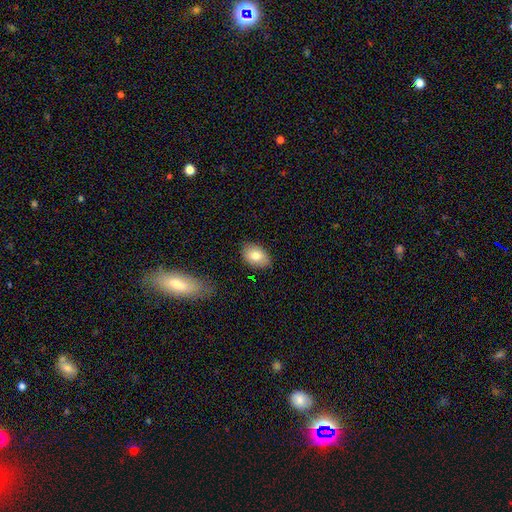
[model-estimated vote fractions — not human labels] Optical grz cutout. It shows a smooth galaxy with no disk features (79%) that is in between round and cigar-shaped (85%). Merging: none (82%).